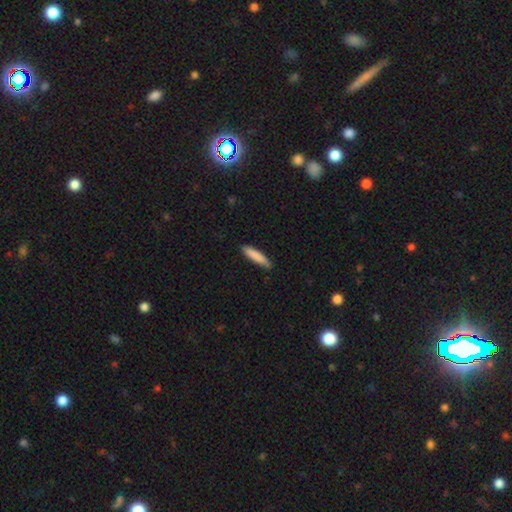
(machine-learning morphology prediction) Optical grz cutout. It shows a smooth galaxy with no disk features (86%) that is cigar-shaped (83%). Merging: none (83%).